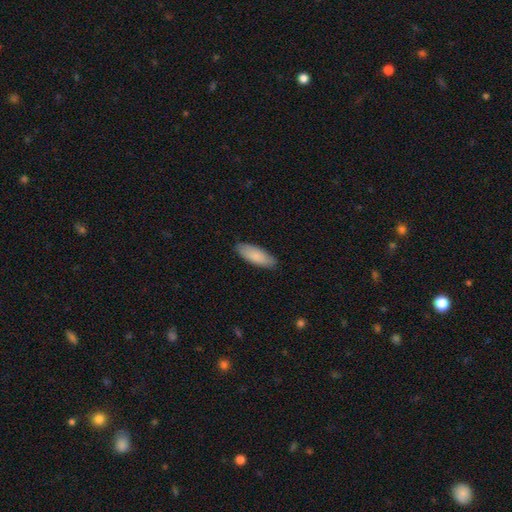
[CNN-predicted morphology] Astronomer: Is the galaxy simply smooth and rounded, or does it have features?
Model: smooth — 85%.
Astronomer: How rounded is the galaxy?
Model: in between — 68%.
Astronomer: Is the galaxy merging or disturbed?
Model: none — 85%.